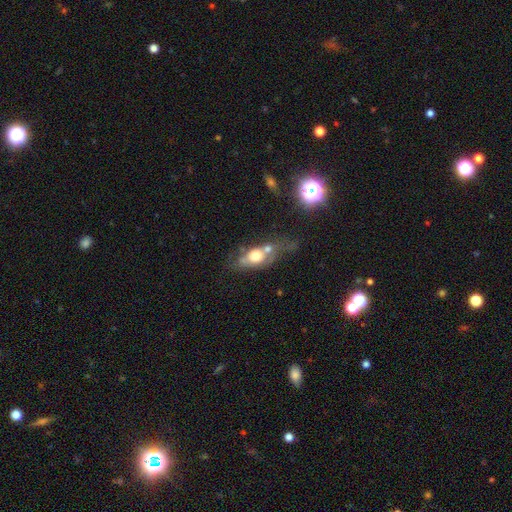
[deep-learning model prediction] Smooth or featured: smooth — 55% (featured or disk — 36%)
How rounded: in between — 69% (round — 19%)
Merging: merger — 36% (none — 30%)